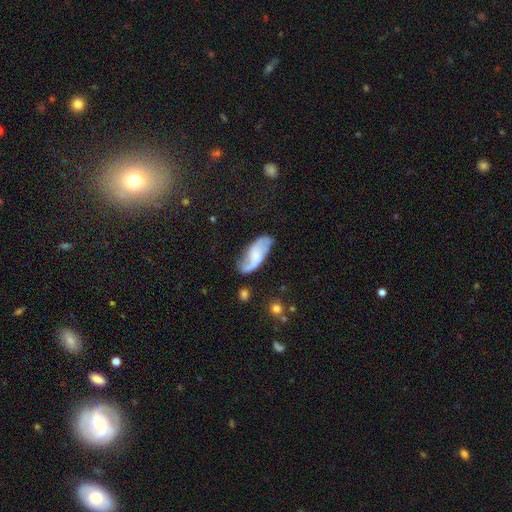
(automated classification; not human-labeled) Overall: featured or disk (69%). Edge-on disk: no (94%). Bar: no (48%; weak 39%). Spiral arms: yes (93%). Spiral arm count: 2 (87%). Spiral winding: loose (58%; medium 31%). Bulge size: none (45%; small 26%). Merging: none (66%).